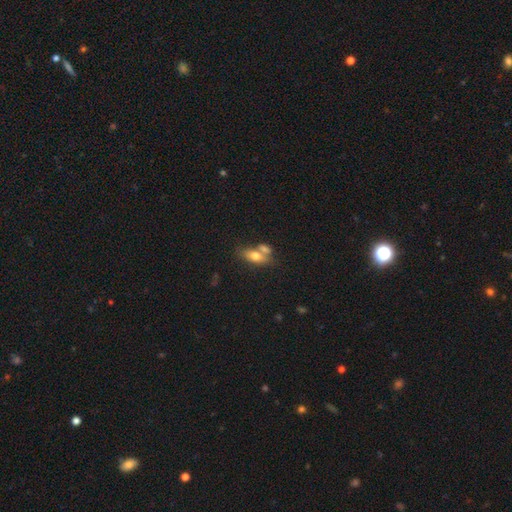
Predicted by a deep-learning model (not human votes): Smooth or featured?
  - smooth: 70% *
  - featured or disk: 22%
  - star or artifact: 8%
How rounded?
  - in between: 81% *
  - cigar-shaped: 13%
  - round: 6%
Merging?
  - merger: 46% *
  - none: 37%
  - minor disturbance: 12%
  - major disturbance: 5%